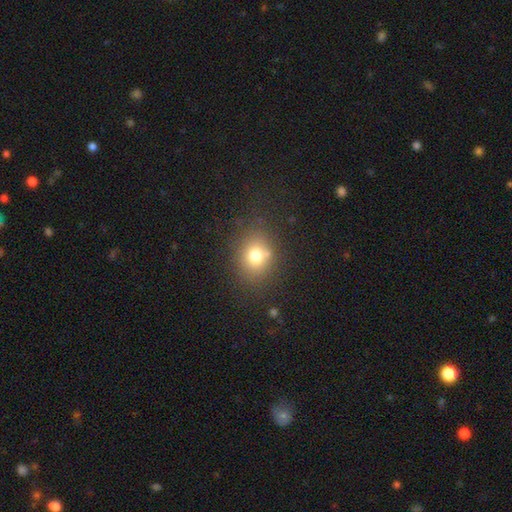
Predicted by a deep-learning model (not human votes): Smooth or featured?
  - smooth: 75% *
  - star or artifact: 14%
  - featured or disk: 11%
How rounded?
  - round: 58% *
  - in between: 41%
  - cigar-shaped: 1%
Merging?
  - none: 75% *
  - minor disturbance: 14%
  - merger: 6%
  - major disturbance: 6%